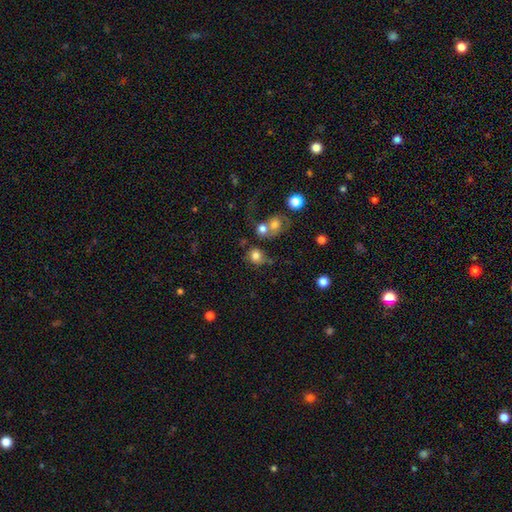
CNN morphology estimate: This is likely a smooth galaxy (78%). How rounded: likely round (77%). Merging: possibly none (50%).